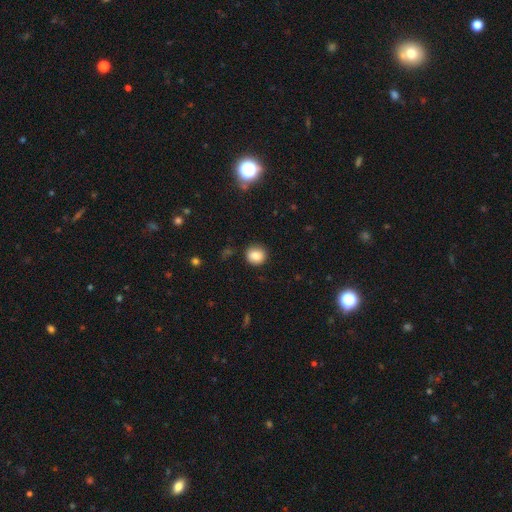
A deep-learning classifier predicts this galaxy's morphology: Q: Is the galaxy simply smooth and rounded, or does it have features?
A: smooth — 85%.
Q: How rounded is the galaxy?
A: round — 81%.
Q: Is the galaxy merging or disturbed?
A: none — 84%.